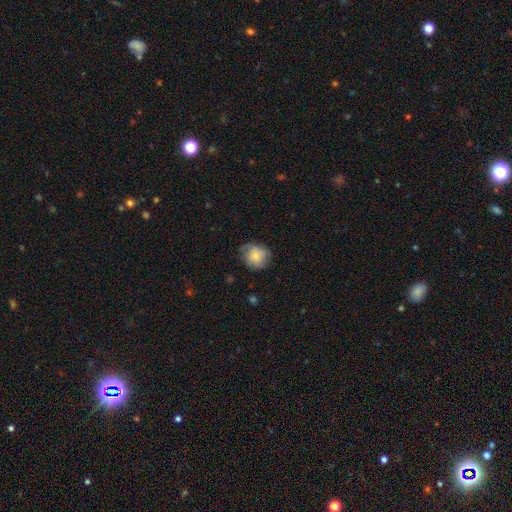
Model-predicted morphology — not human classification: Q: Smooth or featured?
A: smooth (71%); runner-up: featured or disk (22%)
Q: How rounded?
A: round (75%); runner-up: in between (24%)
Q: Merging?
A: none (61%); runner-up: minor disturbance (28%)